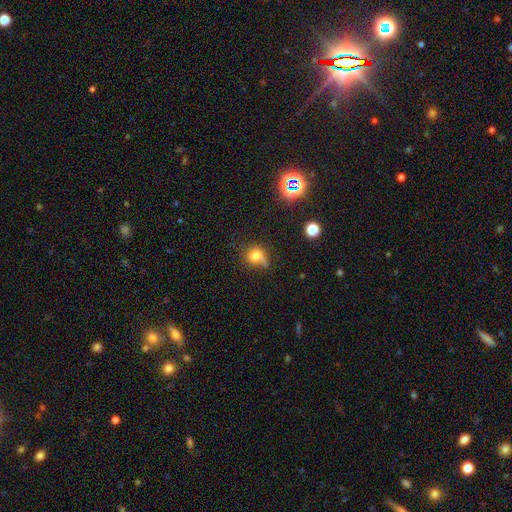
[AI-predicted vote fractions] A smooth galaxy with no disk features (72%) that is round (78%). Merging: none (47%).